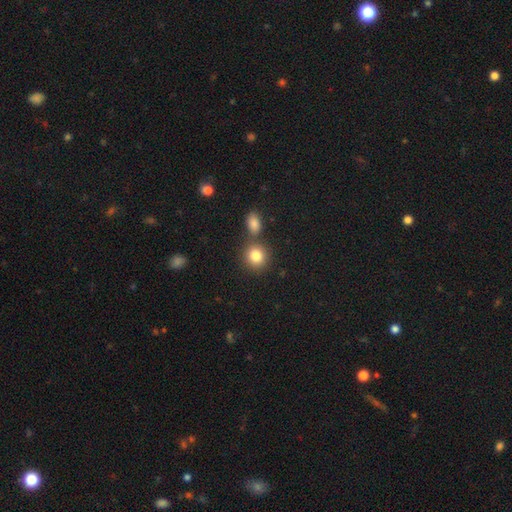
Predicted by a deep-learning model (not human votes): smooth_or_featured: smooth (p=0.84) [alt: star or artifact p=0.10]
how_rounded: round (p=0.83) [alt: in between p=0.16]
merging: none (p=0.65) [alt: merger p=0.23]